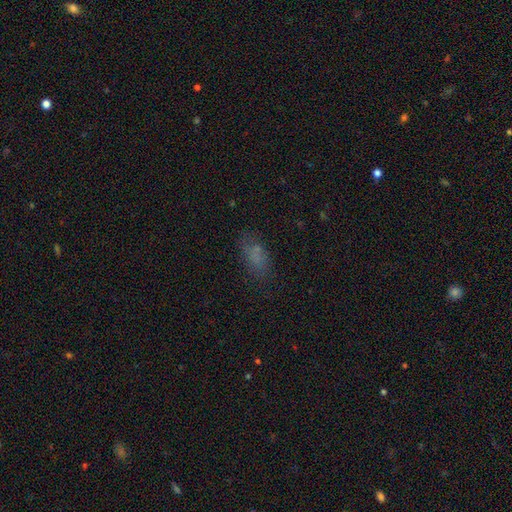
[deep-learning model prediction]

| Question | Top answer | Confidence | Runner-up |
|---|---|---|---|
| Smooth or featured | smooth | 69% | star or artifact (16%) |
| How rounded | in between | 83% | cigar-shaped (12%) |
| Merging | none | 65% | minor disturbance (21%) |